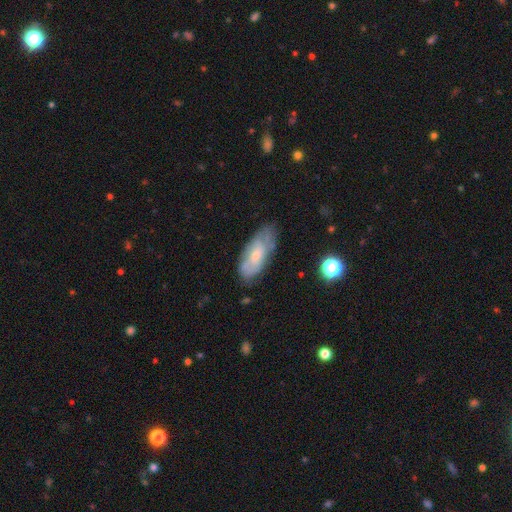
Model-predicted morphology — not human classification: smooth-or-featured: smooth: 48% | featured or disk: 44% | star or artifact: 7%
  merging: none: 64% | minor disturbance: 26% | major disturbance: 8% | merger: 2%